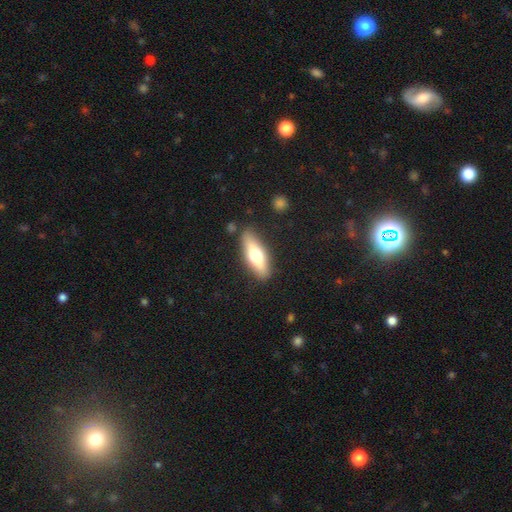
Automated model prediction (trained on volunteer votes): smooth 58%, featured or disk 36%, star or artifact 6%. Down the decision tree: how rounded — in between (49%, tied with cigar-shaped); merging — none (84%).